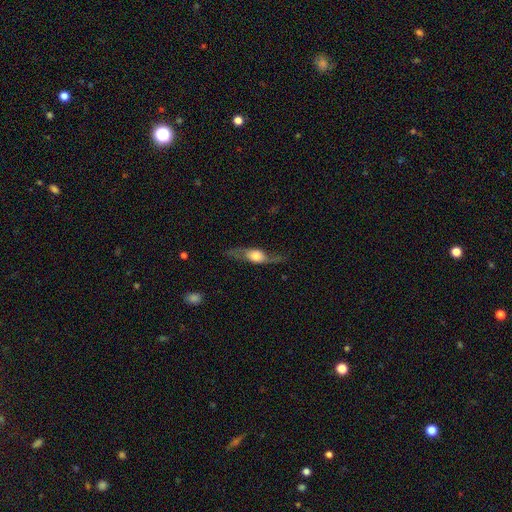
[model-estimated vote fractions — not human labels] Smooth or featured? featured or disk (66%)
Edge-on disk? yes (59%)
Merging? none (66%)